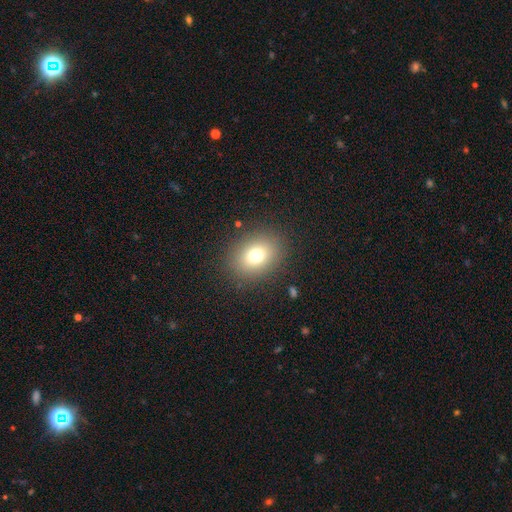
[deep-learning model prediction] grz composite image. It shows a smooth galaxy with no disk features (75%) that is in between round and cigar-shaped (54%). Merging: none (86%).